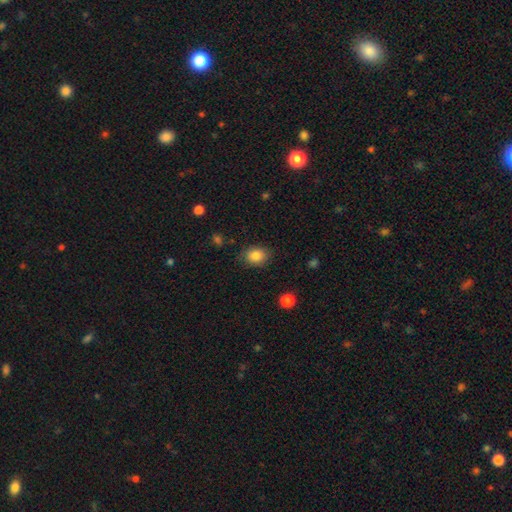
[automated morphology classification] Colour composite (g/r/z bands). It shows a smooth galaxy with no disk features (85%) that is in between round and cigar-shaped (52%). Merging: none (83%).